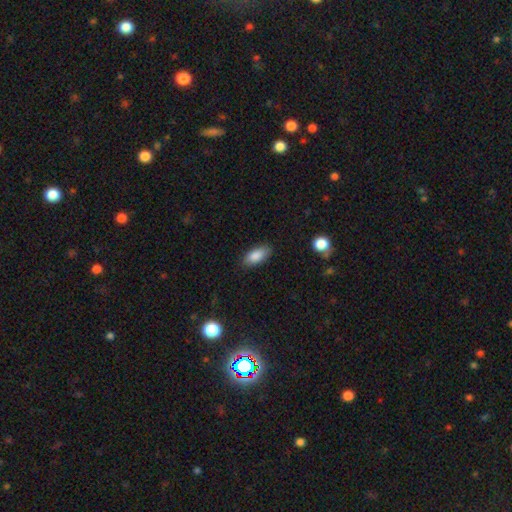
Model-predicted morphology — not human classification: Q: Smooth or featured?
A: smooth (87%); runner-up: star or artifact (7%)
Q: How rounded?
A: in between (88%); runner-up: cigar-shaped (9%)
Q: Merging?
A: none (85%); runner-up: minor disturbance (12%)